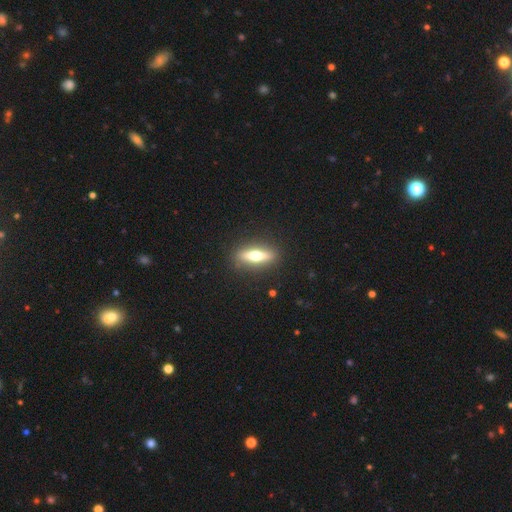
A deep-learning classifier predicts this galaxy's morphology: type=featured or disk (52%); edge-on=yes (87%); merging=none (89%).